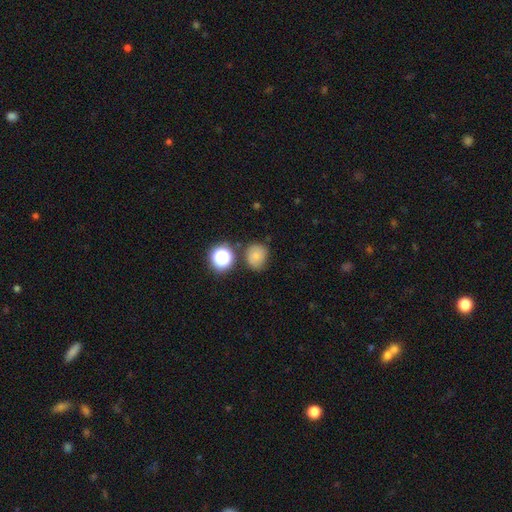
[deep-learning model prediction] This is likely a smooth galaxy (72%). How rounded: likely round (71%). Merging: likely none (70%).